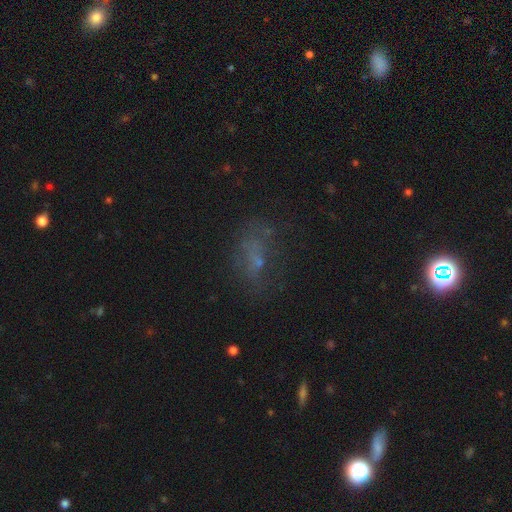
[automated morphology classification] Smooth or featured: smooth — 39% (star or artifact — 36%)
Merging: none — 55% (minor disturbance — 21%)